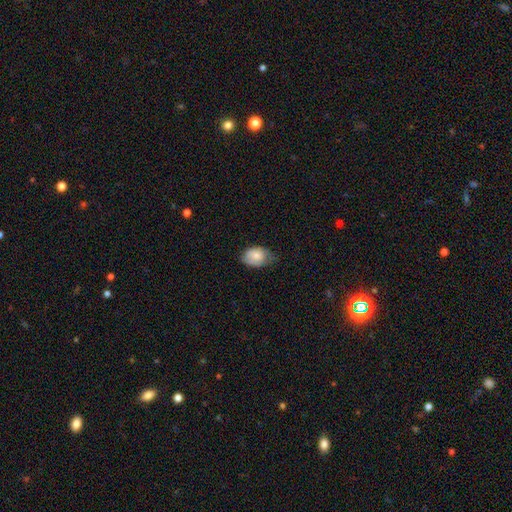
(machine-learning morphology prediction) This appears to be a smooth galaxy with no disk features (78%) that is in between round and cigar-shaped (80%). Merging: none (49%).